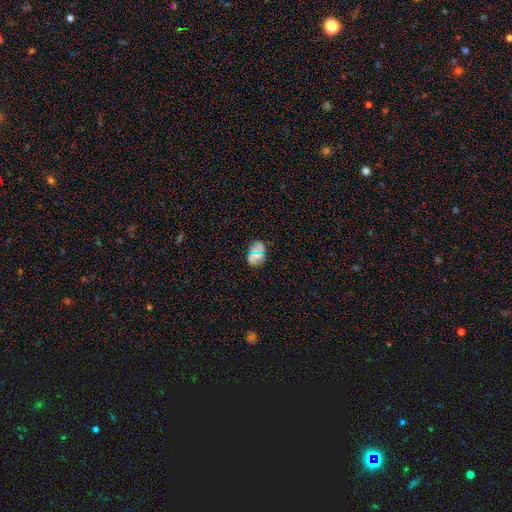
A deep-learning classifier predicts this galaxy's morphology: Overall: smooth (67%). How rounded: in between (70%). Merging: none (84%).